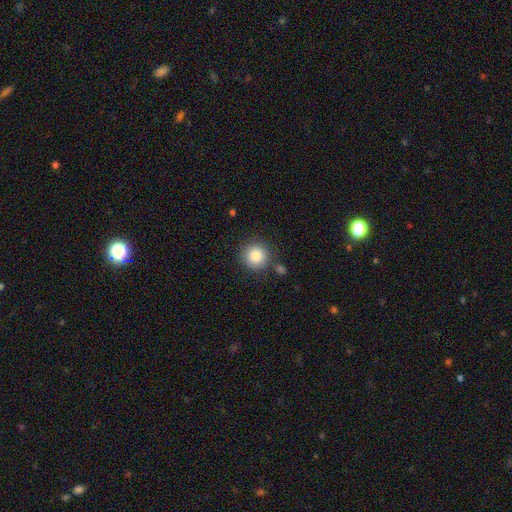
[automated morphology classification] Smooth or featured?
  - smooth: 86% *
  - star or artifact: 9%
  - featured or disk: 5%
How rounded?
  - round: 94% *
  - in between: 5%
  - cigar-shaped: 1%
Merging?
  - none: 81% *
  - minor disturbance: 10%
  - merger: 6%
  - major disturbance: 3%